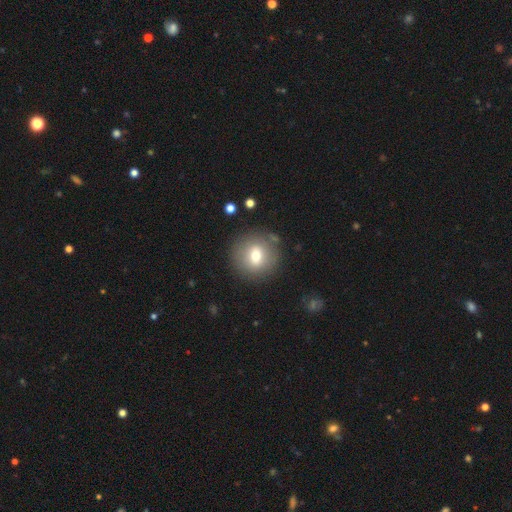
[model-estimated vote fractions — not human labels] A smooth galaxy with no disk features (69%) that is round (92%).

Vote fractions:
- Smooth or featured? smooth: 69% / featured or disk: 21% / star or artifact: 10%
- How rounded? round: 92% / in between: 7% / cigar-shaped: 1%
- Merging? none: 85% / minor disturbance: 9% / major disturbance: 4% / merger: 2%